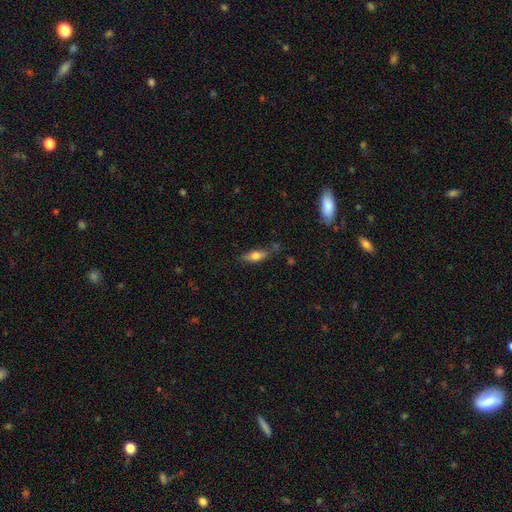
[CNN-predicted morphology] Smooth or featured: smooth — 69% (featured or disk — 23%)
How rounded: in between — 58% (cigar-shaped — 39%)
Merging: none — 68% (minor disturbance — 21%)